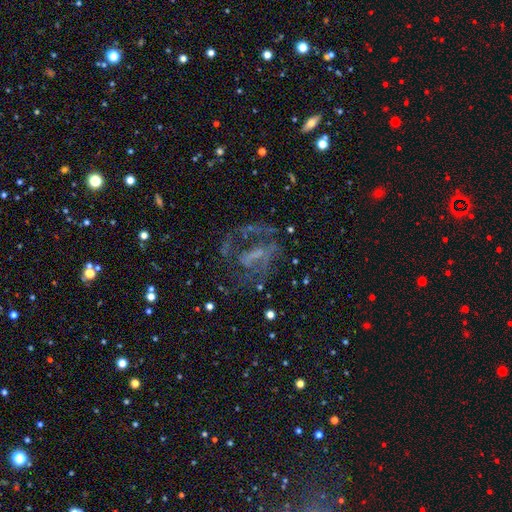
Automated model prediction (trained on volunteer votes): Smooth or featured? Predicted: featured or disk (p=0.68). Edge-on disk? Predicted: no (p=0.95). Bar? Predicted: weak (p=0.34). Spiral arms? Predicted: yes (p=0.65). Bulge size? Predicted: none (p=0.56). Merging? Predicted: none (p=0.46).